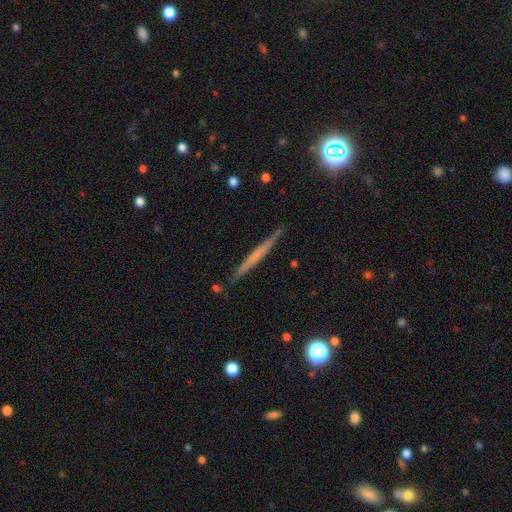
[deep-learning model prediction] This appears to be a featured or disk galaxy (52%) viewed edge-on (97%) with no central bulge (84%). Merging: none (90%).